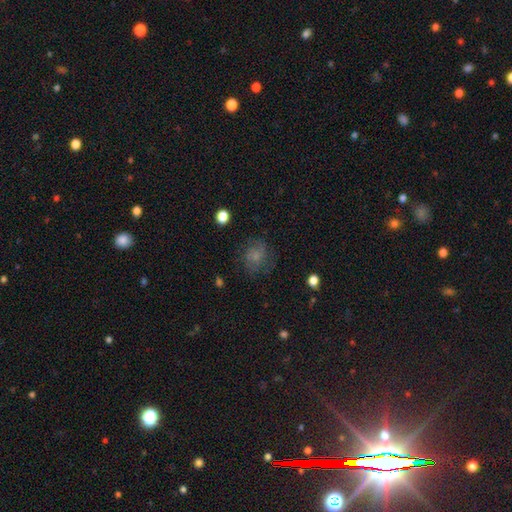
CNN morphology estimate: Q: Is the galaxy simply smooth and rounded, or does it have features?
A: smooth — 60%.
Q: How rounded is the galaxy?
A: round — 76%.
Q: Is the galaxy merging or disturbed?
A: none — 67%.